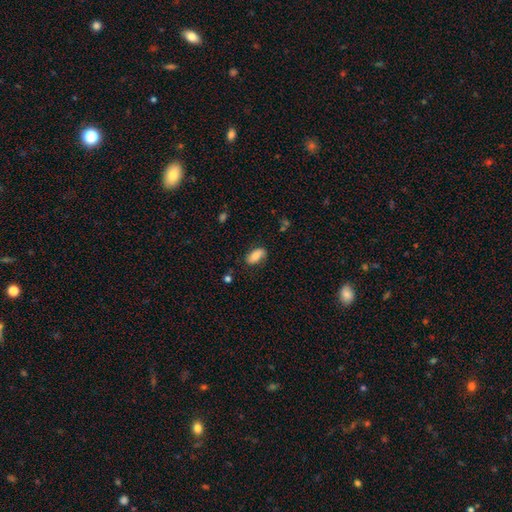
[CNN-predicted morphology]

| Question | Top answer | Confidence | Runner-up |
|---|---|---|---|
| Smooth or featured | smooth | 73% | featured or disk (20%) |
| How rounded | in between | 91% | cigar-shaped (6%) |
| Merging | none | 77% | minor disturbance (18%) |